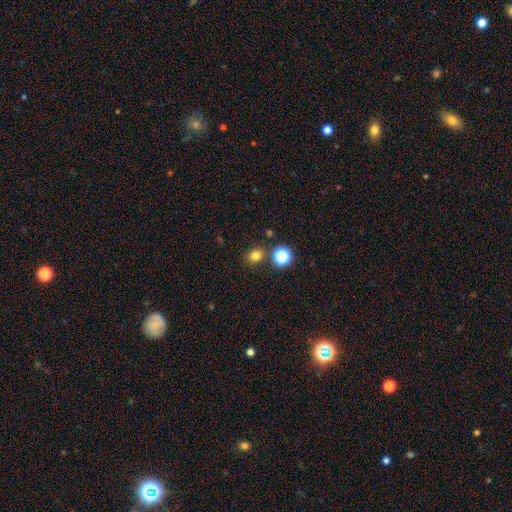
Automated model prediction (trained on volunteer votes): smooth-or-featured: smooth: 77% | star or artifact: 18% | featured or disk: 5%
  how-rounded: round: 64% | in between: 35% | cigar-shaped: 1%
  merging: none: 80% | minor disturbance: 9% | merger: 8% | major disturbance: 3%